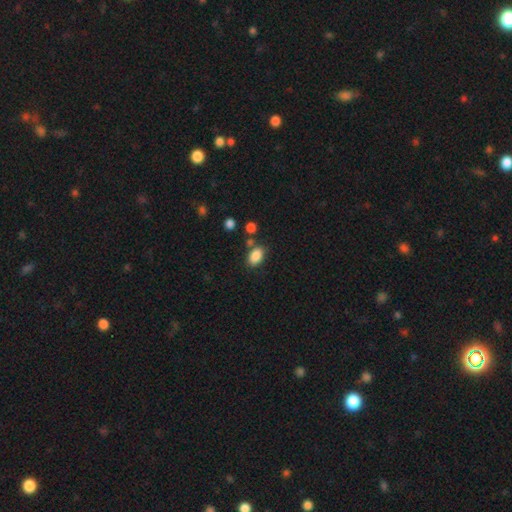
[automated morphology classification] Smooth or featured? smooth (87%)
How rounded? in between (86%)
Merging? none (73%)